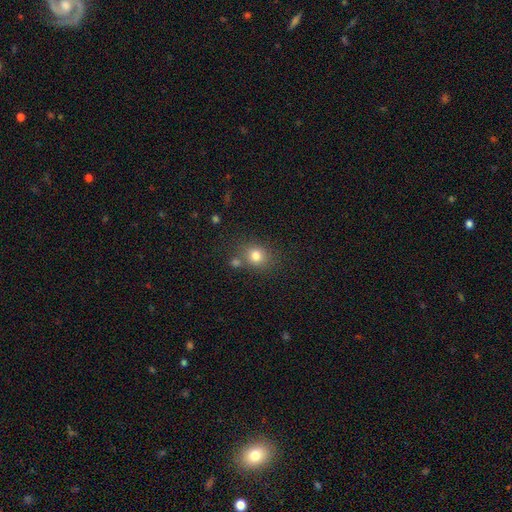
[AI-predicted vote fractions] smooth 79%, star or artifact 13%, featured or disk 8%. Down the decision tree: how rounded — round (75%); merging — none (69%).